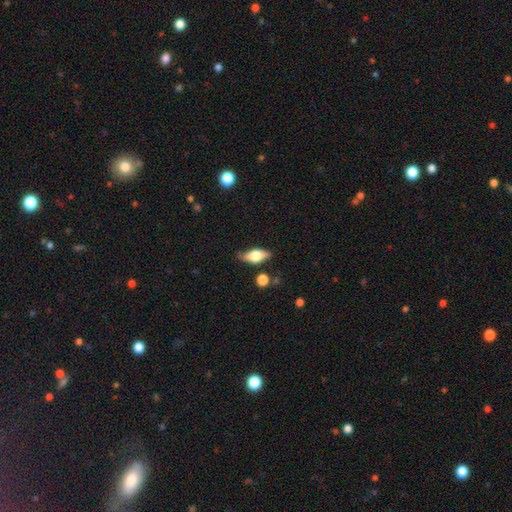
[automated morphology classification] The model was most divided on "smooth or featured": smooth: 47%, featured or disk: 46%, star or artifact: 7%. More confident: merging — none (72%).